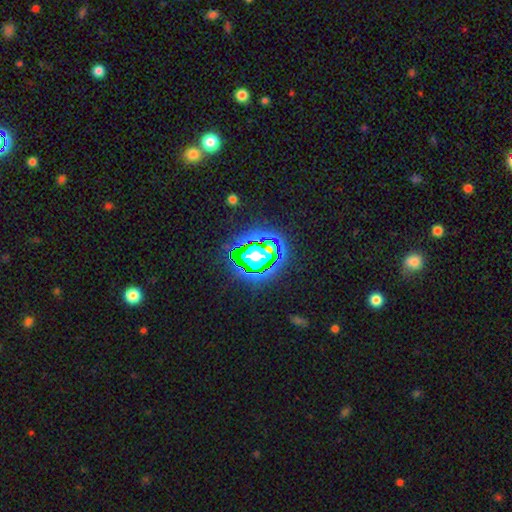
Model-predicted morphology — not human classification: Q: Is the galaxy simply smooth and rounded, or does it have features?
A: star or artifact — 67%.